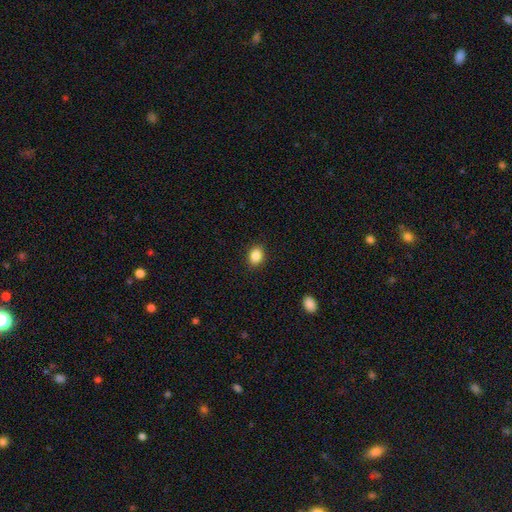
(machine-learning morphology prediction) smooth-or-featured: smooth: 86% | star or artifact: 9% | featured or disk: 4%
  how-rounded: in between: 55% | round: 44% | cigar-shaped: 1%
  merging: none: 90% | minor disturbance: 7% | major disturbance: 2% | merger: 1%